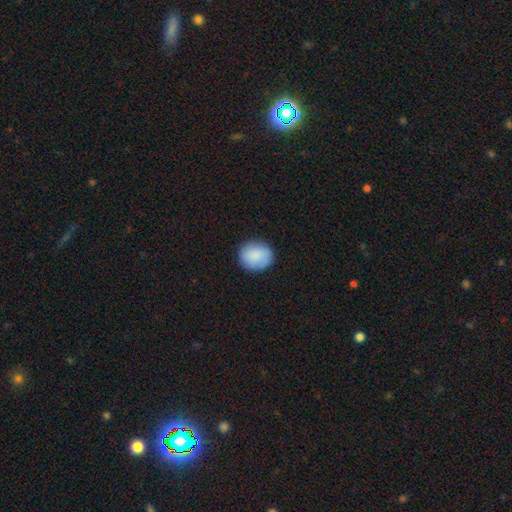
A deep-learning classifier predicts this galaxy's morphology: Smooth or featured? smooth (87%)
How rounded? round (71%)
Merging? none (86%)